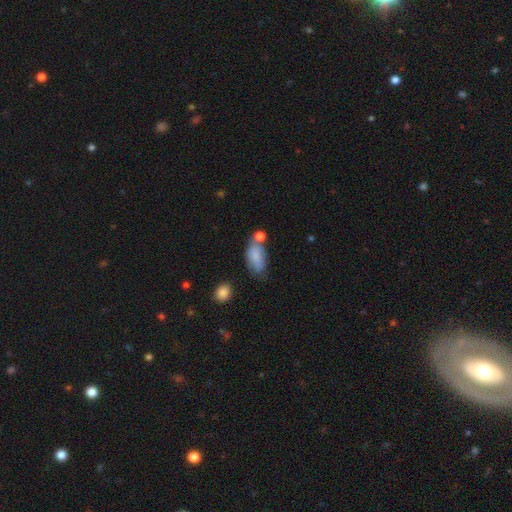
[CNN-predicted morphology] smooth_or_featured: smooth (p=0.78) [alt: featured or disk p=0.14]
how_rounded: in between (p=0.90) [alt: round p=0.05]
merging: none (p=0.39) [alt: merger p=0.26]